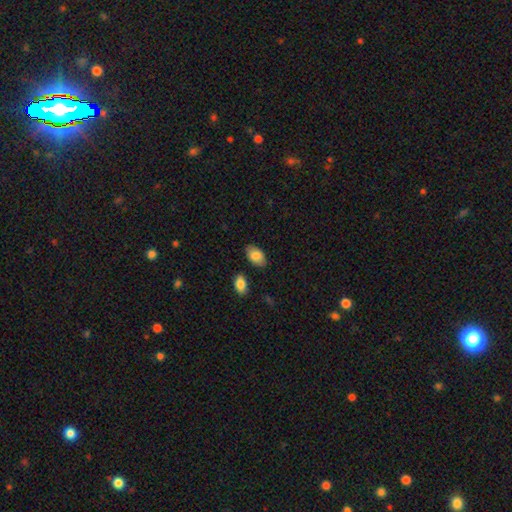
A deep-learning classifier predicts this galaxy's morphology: smooth-or-featured: smooth: 83% | featured or disk: 11% | star or artifact: 6%
  how-rounded: in between: 94% | round: 5% | cigar-shaped: 1%
  merging: none: 83% | minor disturbance: 11% | merger: 3% | major disturbance: 2%